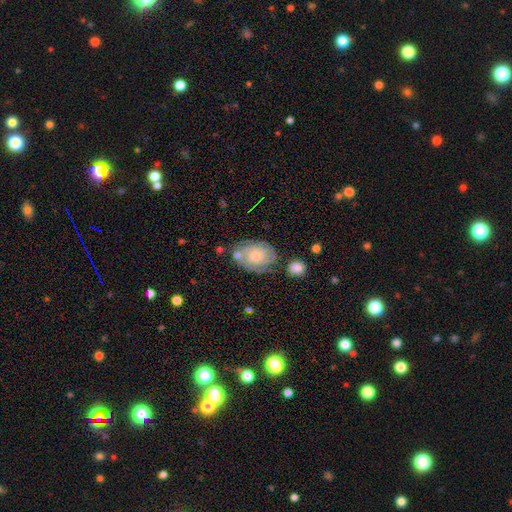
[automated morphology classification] This is likely a featured or disk galaxy (69%). It is clearly not viewed edge-on (97%). Bar: likely no (80%). Spiral arm pattern: clearly yes (91%). Spiral arm count: marginally 2 (42%). Spiral winding: likely tight (66%). Central bulge: possibly small (52%). Merging: likely none (63%).